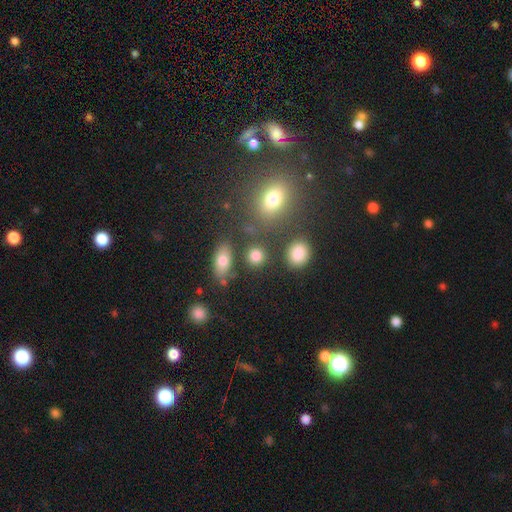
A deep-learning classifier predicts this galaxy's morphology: Smooth or featured?
  - smooth: 81% *
  - star or artifact: 13%
  - featured or disk: 7%
How rounded?
  - round: 76% *
  - in between: 22%
  - cigar-shaped: 2%
Merging?
  - none: 78% *
  - minor disturbance: 9%
  - merger: 8%
  - major disturbance: 4%